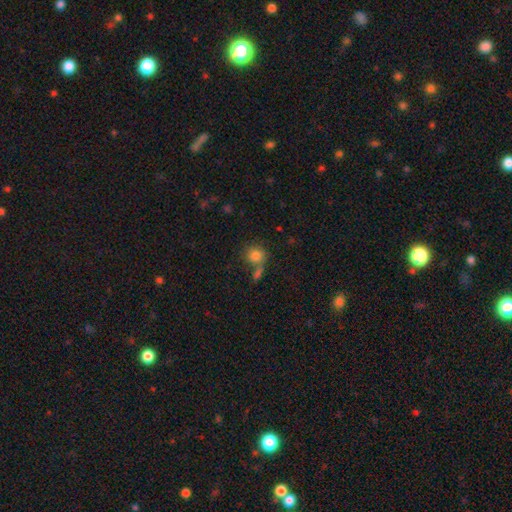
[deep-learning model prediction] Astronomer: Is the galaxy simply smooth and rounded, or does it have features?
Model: smooth — 81%.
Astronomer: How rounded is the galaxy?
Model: round — 84%.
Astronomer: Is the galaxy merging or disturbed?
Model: none — 54%.